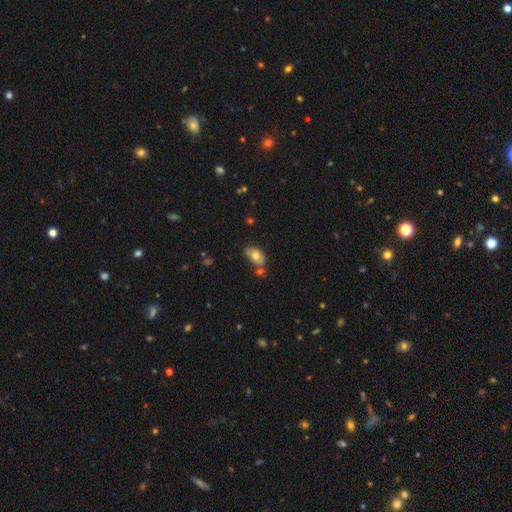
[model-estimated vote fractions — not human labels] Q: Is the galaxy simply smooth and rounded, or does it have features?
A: smooth — 72%.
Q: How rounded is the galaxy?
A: in between — 88%.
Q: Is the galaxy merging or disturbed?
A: none — 59%.